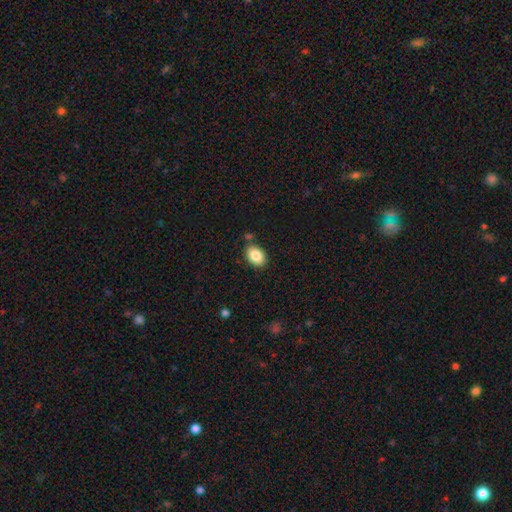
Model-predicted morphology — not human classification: Smooth or featured? smooth (86%)
How rounded? in between (84%)
Merging? none (80%)